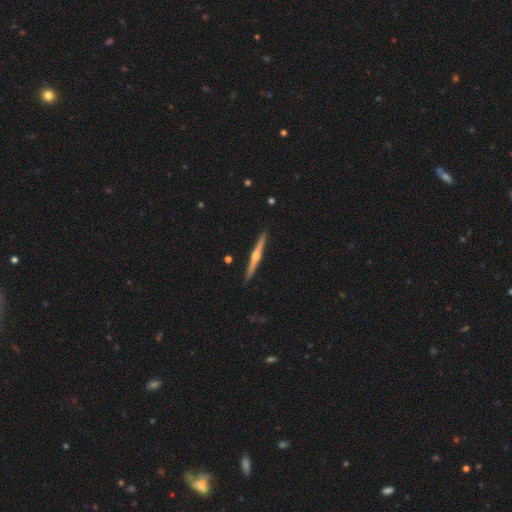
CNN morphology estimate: smooth_or_featured: featured or disk (p=0.79) [alt: smooth p=0.16]
disk_edge_on: yes (p=0.98) [alt: no p=0.02]
edge_on_bulge: rounded (p=0.89) [alt: none p=0.07]
merging: none (p=0.92) [alt: minor disturbance p=0.05]